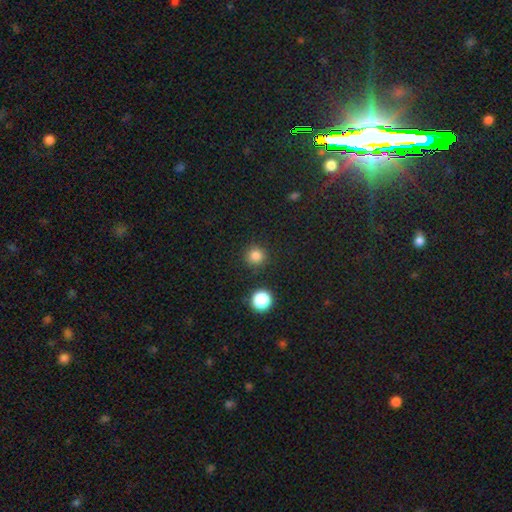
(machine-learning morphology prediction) Q: Smooth or featured?
A: smooth (82%); runner-up: star or artifact (15%)
Q: How rounded?
A: round (95%); runner-up: in between (4%)
Q: Merging?
A: none (90%); runner-up: minor disturbance (6%)